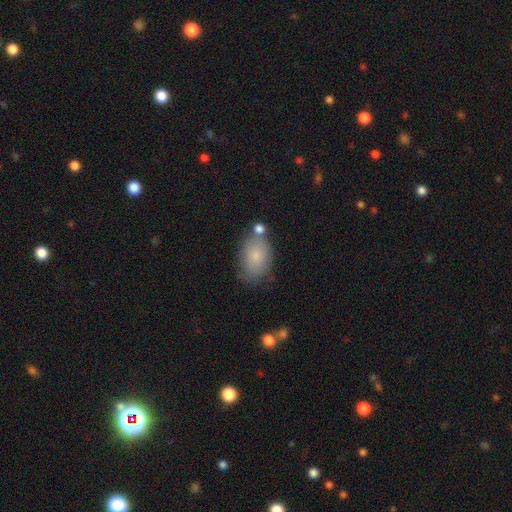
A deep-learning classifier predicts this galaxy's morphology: Overall: smooth (80%). How rounded: in between (87%). Merging: none (65%).